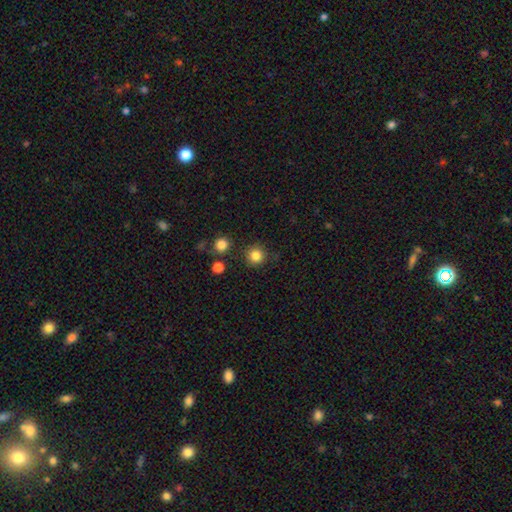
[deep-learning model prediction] Q: Smooth or featured?
A: smooth (84%); runner-up: star or artifact (12%)
Q: How rounded?
A: round (94%); runner-up: in between (5%)
Q: Merging?
A: none (87%); runner-up: minor disturbance (7%)